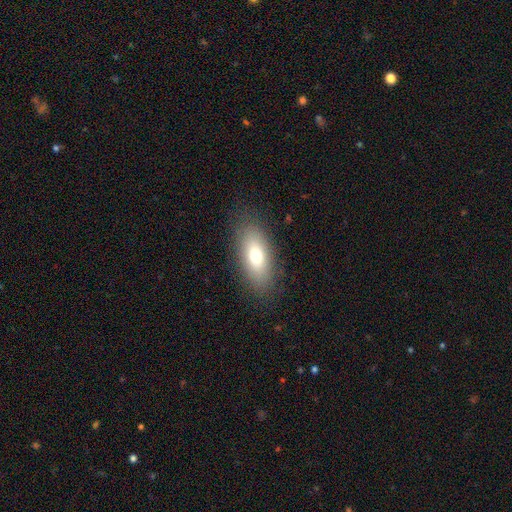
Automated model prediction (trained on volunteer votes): Smooth or featured? smooth (71%)
How rounded? in between (84%)
Merging? none (84%)